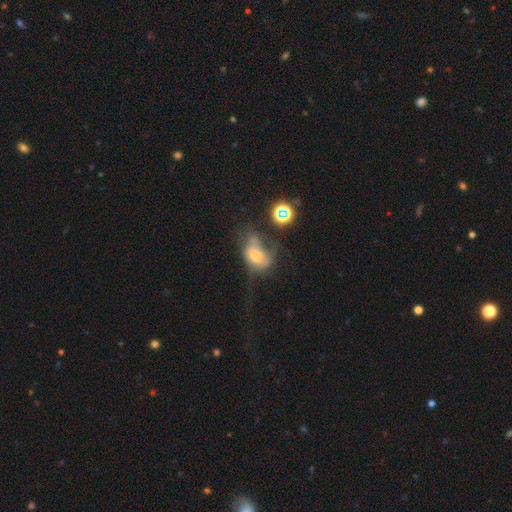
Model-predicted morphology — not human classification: Q: Smooth or featured?
A: smooth (46%); runner-up: featured or disk (39%)
Q: Merging?
A: major disturbance (44%); runner-up: none (22%)